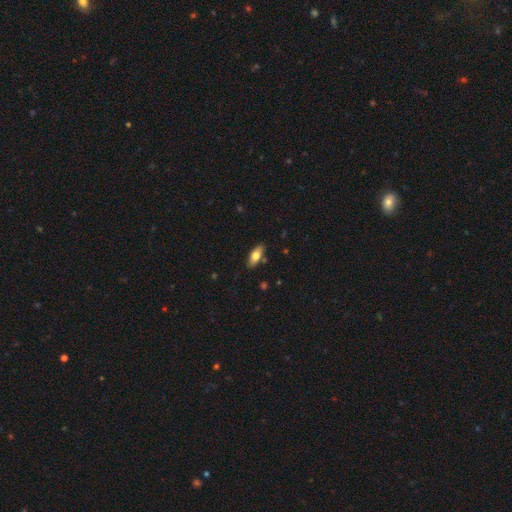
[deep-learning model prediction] The model was most divided on "smooth or featured": smooth: 73%, featured or disk: 21%, star or artifact: 7%. More confident: merging — none (84%); how rounded — in between (83%).